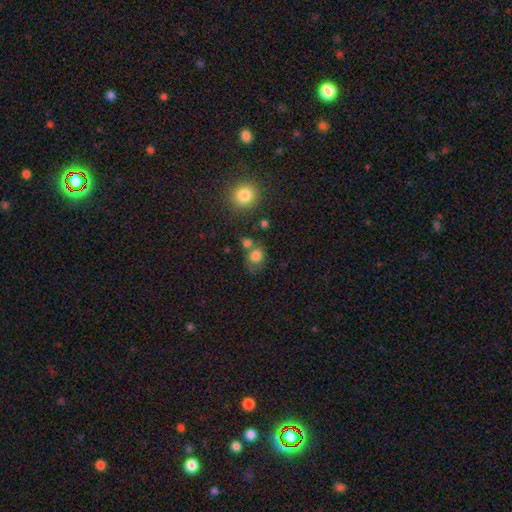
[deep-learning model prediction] Morphology: type=smooth (80%); roundness=round (59%); merging=none (51%).